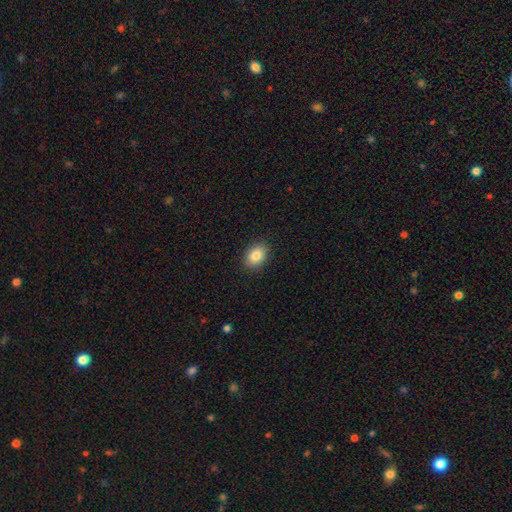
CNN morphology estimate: The model was most divided on "how rounded": in between: 76%, round: 23%, cigar-shaped: 1%. More confident: merging — none (89%); smooth or featured — smooth (84%).